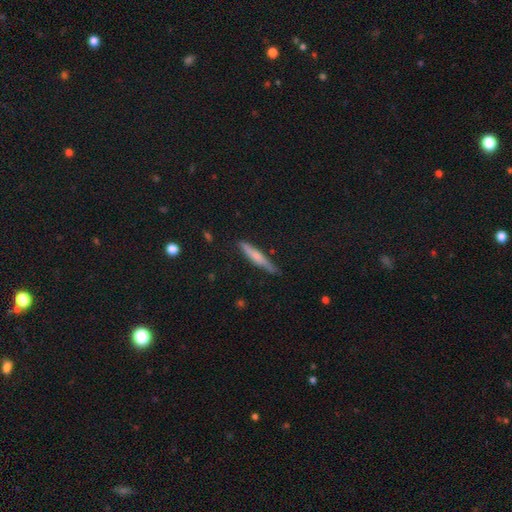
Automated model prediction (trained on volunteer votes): Morphology: type=smooth (57%); roundness=cigar-shaped (92%); merging=none (79%).